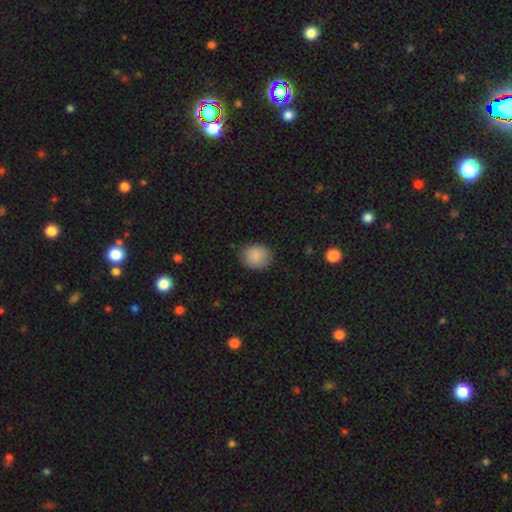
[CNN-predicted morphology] Smooth or featured: smooth — 87% (star or artifact — 8%)
How rounded: round — 63% (in between — 36%)
Merging: none — 83% (minor disturbance — 13%)